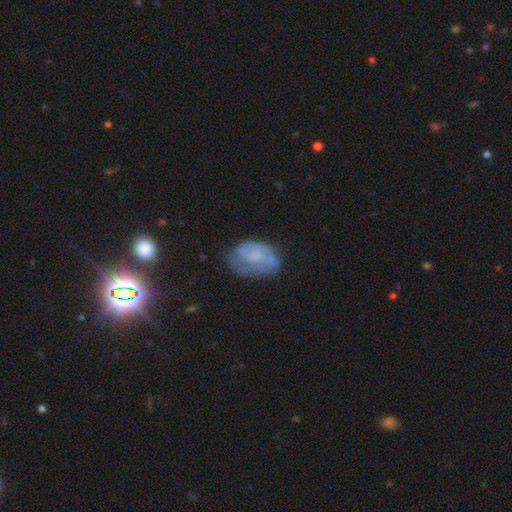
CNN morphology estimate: Smooth or featured: smooth — 47% (featured or disk — 44%)
Merging: none — 51% (minor disturbance — 31%)